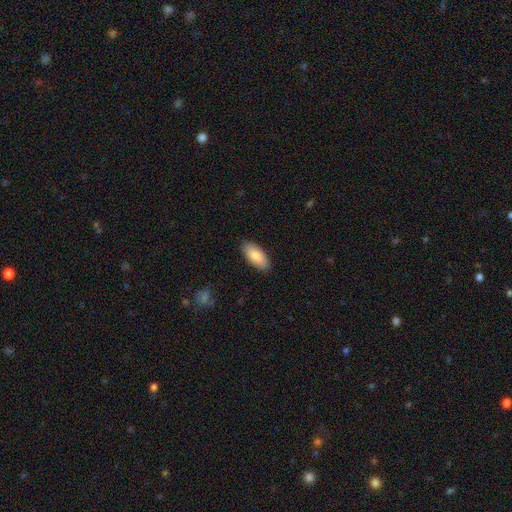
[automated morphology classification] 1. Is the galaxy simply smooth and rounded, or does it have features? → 85% smooth, 9% featured or disk, 6% star or artifact.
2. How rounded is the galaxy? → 90% in between, 8% cigar-shaped, 2% round.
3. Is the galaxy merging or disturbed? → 88% none, 9% minor disturbance, 2% major disturbance, 1% merger.